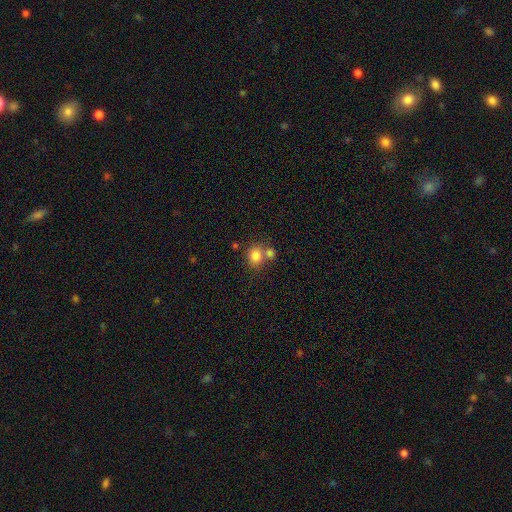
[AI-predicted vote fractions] Smooth or featured? smooth (82%)
How rounded? round (74%)
Merging? none (49%)